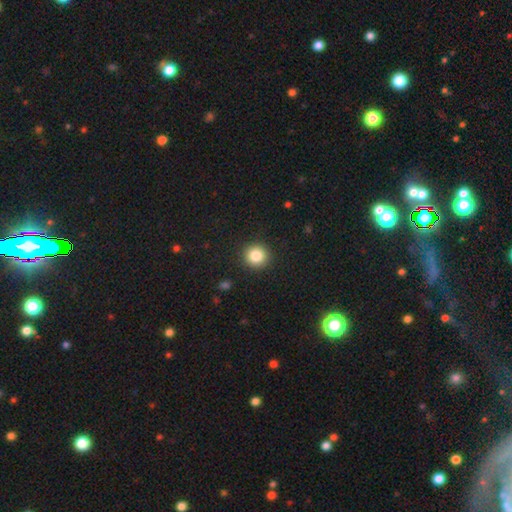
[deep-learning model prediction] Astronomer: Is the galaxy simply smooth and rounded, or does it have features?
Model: smooth — 85%.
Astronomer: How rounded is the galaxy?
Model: round — 93%.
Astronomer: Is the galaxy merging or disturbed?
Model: none — 92%.